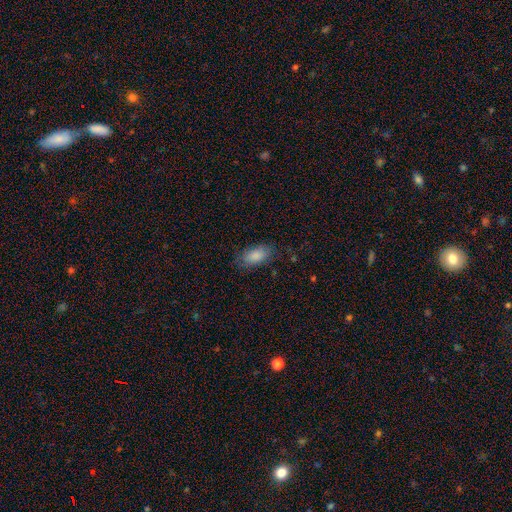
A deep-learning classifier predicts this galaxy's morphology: This appears to be a smooth galaxy with no disk features (86%) that is in between round and cigar-shaped (92%). Merging: none (77%).